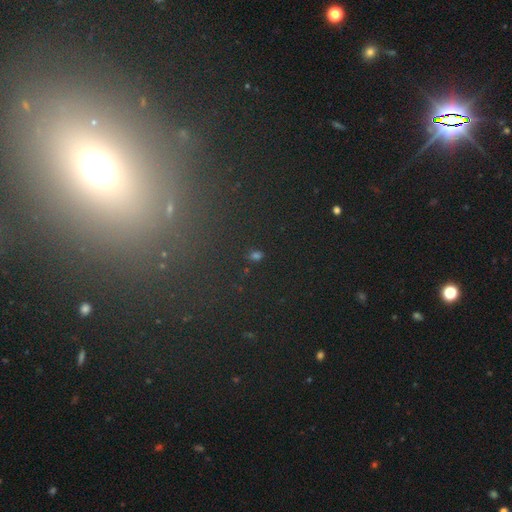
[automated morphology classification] Overall: star or artifact (58%; smooth 27%).